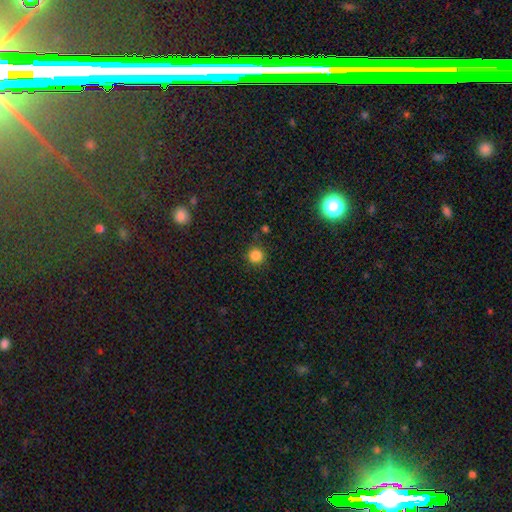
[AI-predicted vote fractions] Smooth or featured: smooth — 84% (star or artifact — 12%)
How rounded: round — 94% (in between — 5%)
Merging: none — 87% (minor disturbance — 8%)